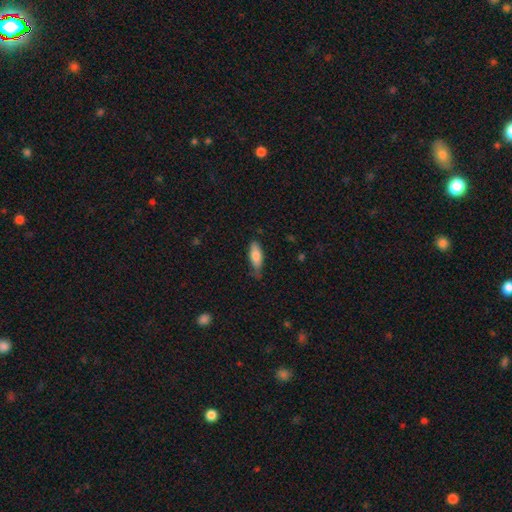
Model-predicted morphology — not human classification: smooth-or-featured: smooth: 78% | featured or disk: 16% | star or artifact: 6%
  how-rounded: in between: 64% | cigar-shaped: 34% | round: 2%
  merging: none: 61% | minor disturbance: 32% | major disturbance: 6% | merger: 2%